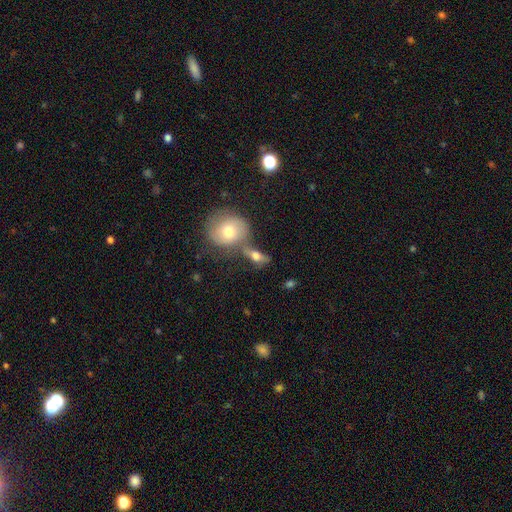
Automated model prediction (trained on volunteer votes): Smooth or featured? Predicted: smooth (p=0.53). How rounded? Predicted: in between (p=0.64). Merging? Predicted: none (p=0.41).